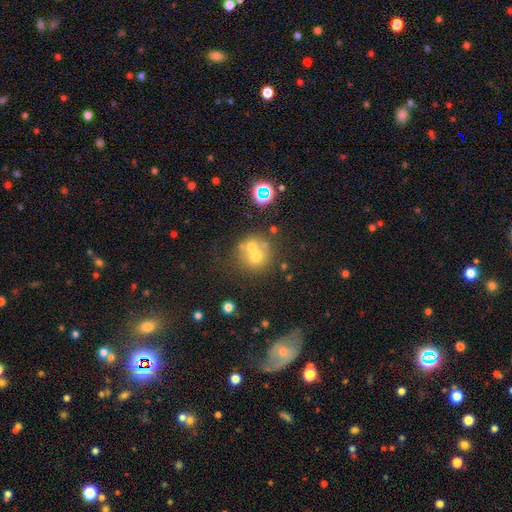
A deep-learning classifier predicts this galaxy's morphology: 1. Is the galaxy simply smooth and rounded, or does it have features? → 58% smooth, 25% featured or disk, 17% star or artifact.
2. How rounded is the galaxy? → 87% round, 12% in between, 1% cigar-shaped.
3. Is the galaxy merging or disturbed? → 44% merger, 43% none, 9% minor disturbance, 5% major disturbance.